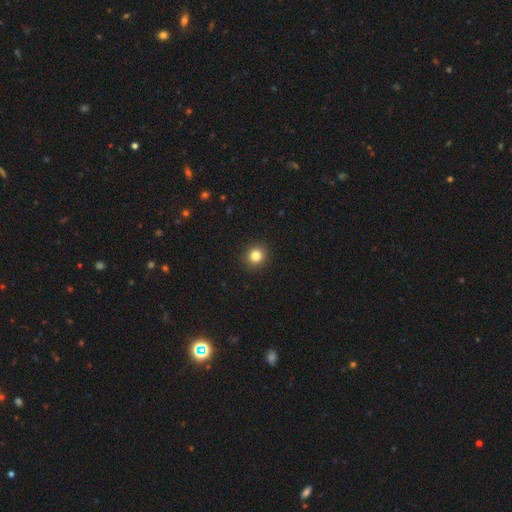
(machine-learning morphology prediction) Smooth or featured? smooth (83%)
How rounded? round (88%)
Merging? none (92%)